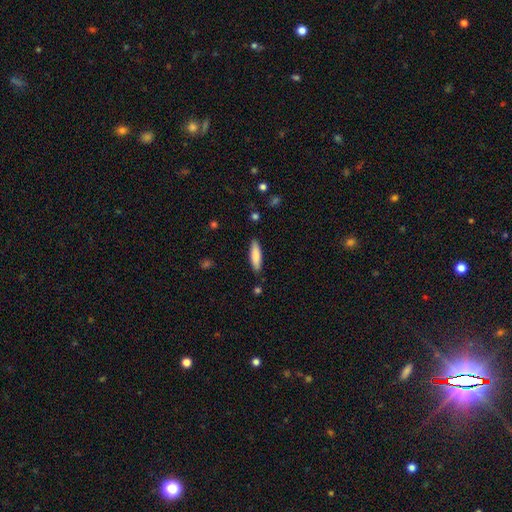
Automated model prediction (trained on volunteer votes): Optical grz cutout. It shows a smooth galaxy with no disk features (83%) that is cigar-shaped (65%). Merging: none (86%).